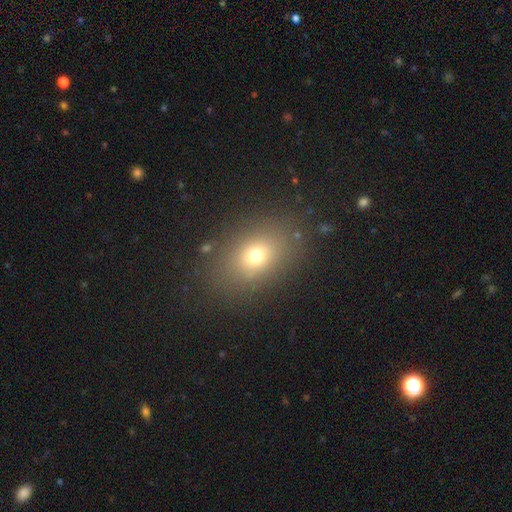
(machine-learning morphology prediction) This appears to be a smooth galaxy with no disk features (70%) that is in between round and cigar-shaped (66%). Merging: none (82%).